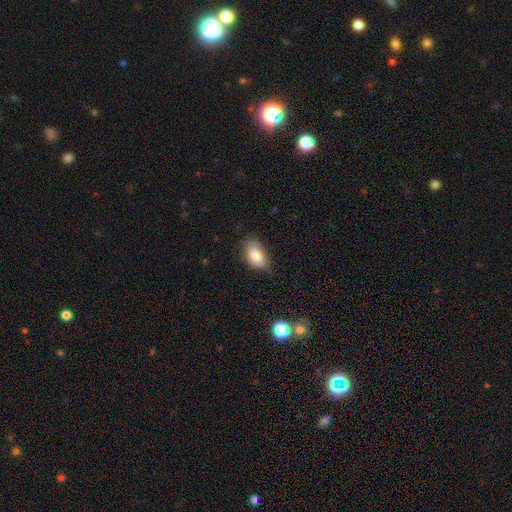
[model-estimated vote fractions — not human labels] smooth-or-featured: smooth: 86% | star or artifact: 7% | featured or disk: 7%
  how-rounded: in between: 93% | round: 5% | cigar-shaped: 3%
  merging: none: 71% | minor disturbance: 24% | major disturbance: 4% | merger: 1%